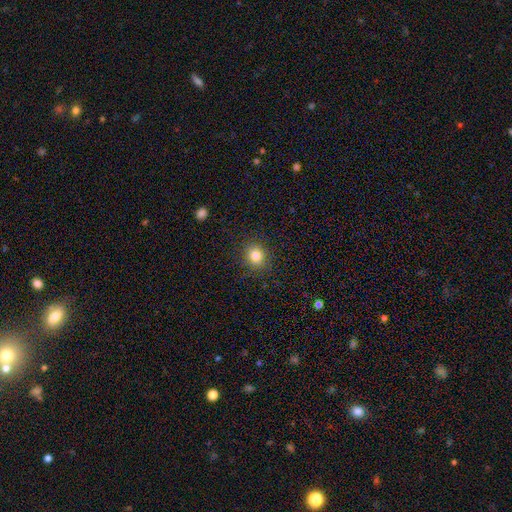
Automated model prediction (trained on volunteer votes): The model was most divided on "how rounded": round: 80%, in between: 19%, cigar-shaped: 1%. More confident: merging — none (89%); smooth or featured — smooth (82%).